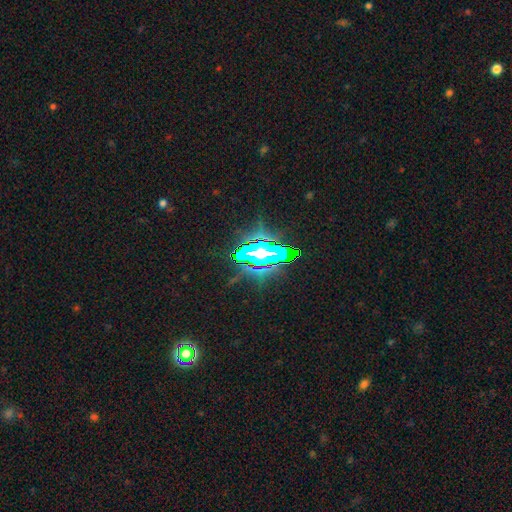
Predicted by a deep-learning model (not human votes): Smooth or featured: star or artifact — 73% (featured or disk — 14%)